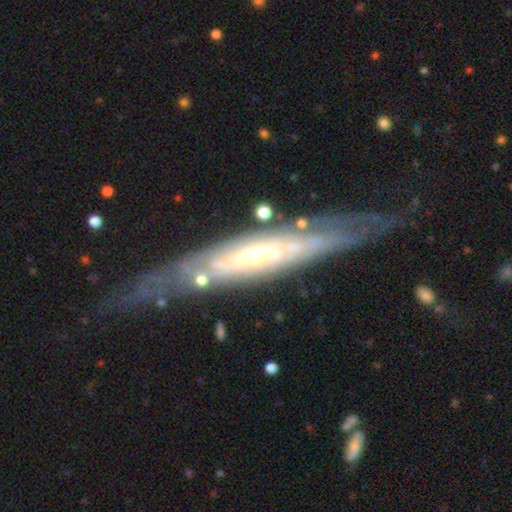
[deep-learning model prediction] Smooth or featured: featured or disk — 82% (smooth — 12%)
Edge-on disk: no — 53% (yes — 47%)
Merging: none — 65% (minor disturbance — 20%)